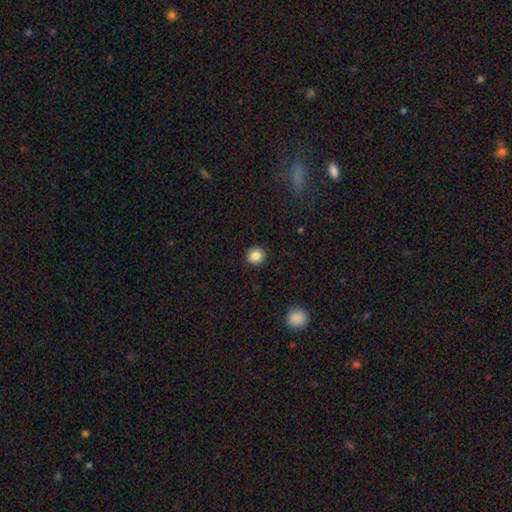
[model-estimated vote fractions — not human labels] Smooth or featured: smooth — 85% (star or artifact — 10%)
How rounded: round — 88% (in between — 12%)
Merging: none — 91% (minor disturbance — 6%)